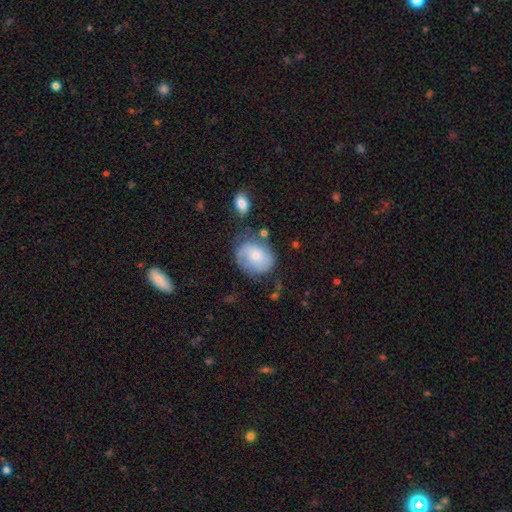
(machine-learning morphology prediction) Smooth or featured? Predicted: smooth (p=0.53). How rounded? Predicted: round (p=0.50). Merging? Predicted: none (p=0.50).